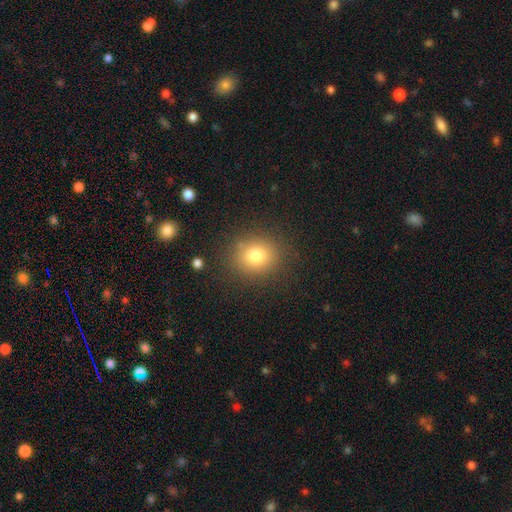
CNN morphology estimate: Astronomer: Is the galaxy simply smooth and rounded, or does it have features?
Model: smooth — 78%.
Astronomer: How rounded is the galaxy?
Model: round — 77%.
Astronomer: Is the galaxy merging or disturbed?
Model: none — 86%.